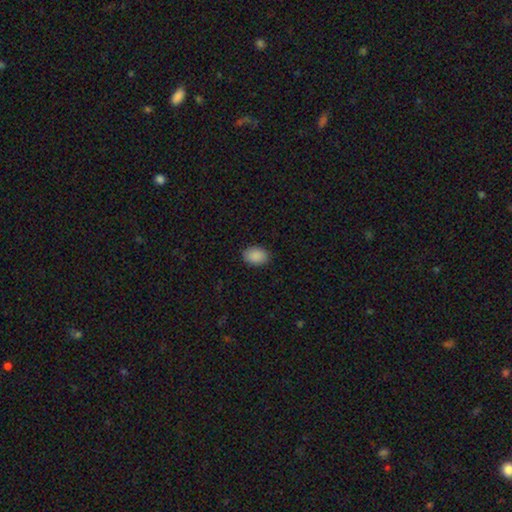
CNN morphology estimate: Smooth or featured? Predicted: smooth (p=0.90). How rounded? Predicted: in between (p=0.80). Merging? Predicted: none (p=0.89).